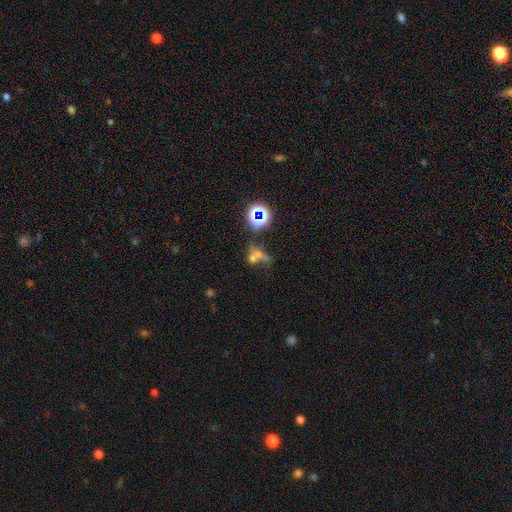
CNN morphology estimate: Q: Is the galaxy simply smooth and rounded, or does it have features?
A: smooth — 45%.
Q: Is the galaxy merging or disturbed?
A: merger — 48%.